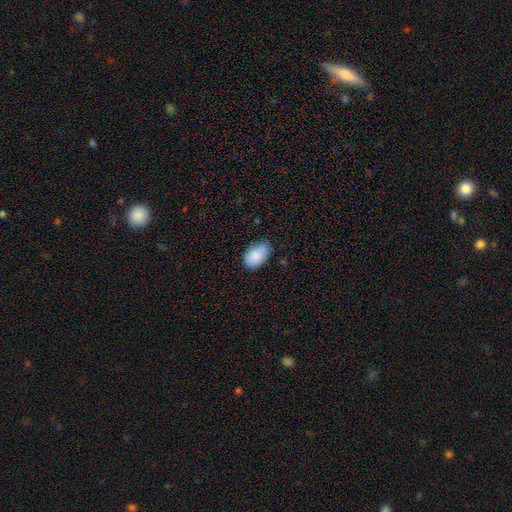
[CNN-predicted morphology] type=smooth (87%); roundness=in between (91%); merging=none (70%).